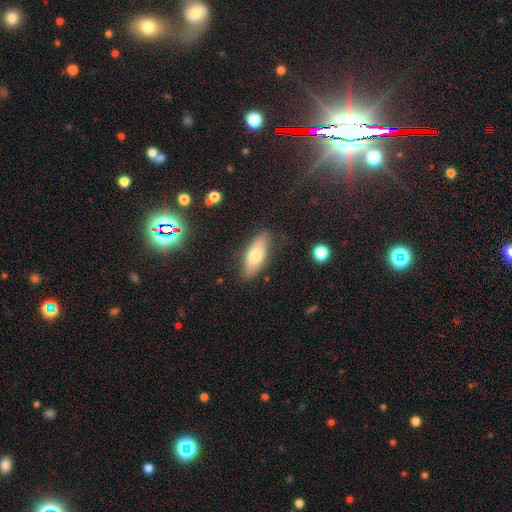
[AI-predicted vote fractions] Overall: smooth (66%). How rounded: in between (76%). Merging: none (80%).